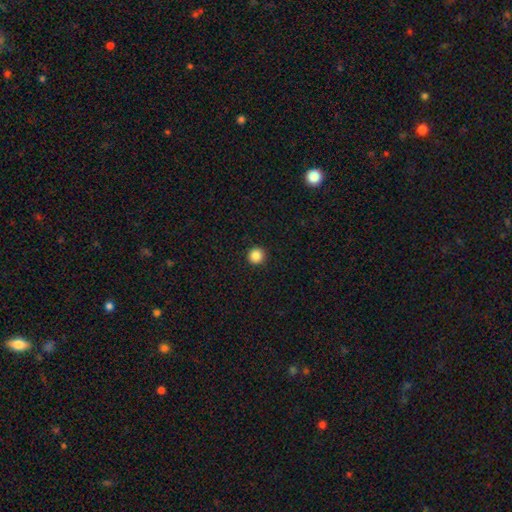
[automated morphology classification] Smooth or featured? Predicted: smooth (p=0.87). How rounded? Predicted: round (p=0.96). Merging? Predicted: none (p=0.94).